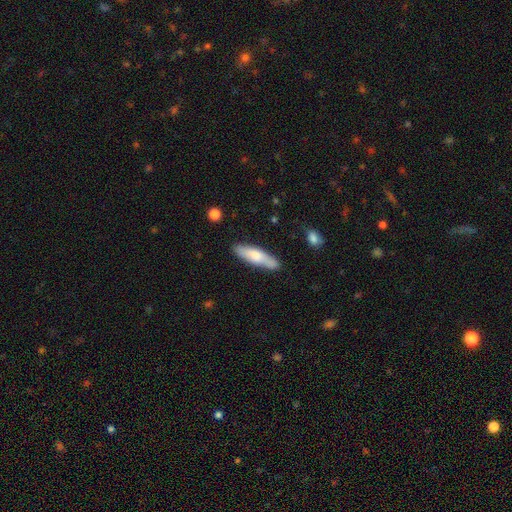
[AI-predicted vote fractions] The model was most divided on "how rounded": cigar-shaped: 71%, in between: 27%, round: 2%. More confident: merging — none (77%); smooth or featured — smooth (70%).